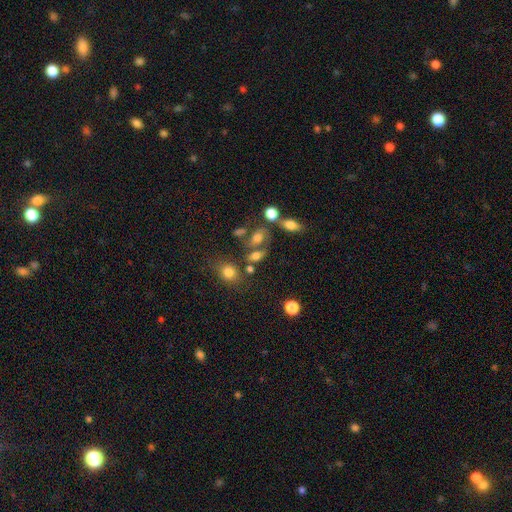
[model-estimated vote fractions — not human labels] Smooth or featured? Predicted: smooth (p=0.67). How rounded? Predicted: in between (p=0.67). Merging? Predicted: none (p=0.45).